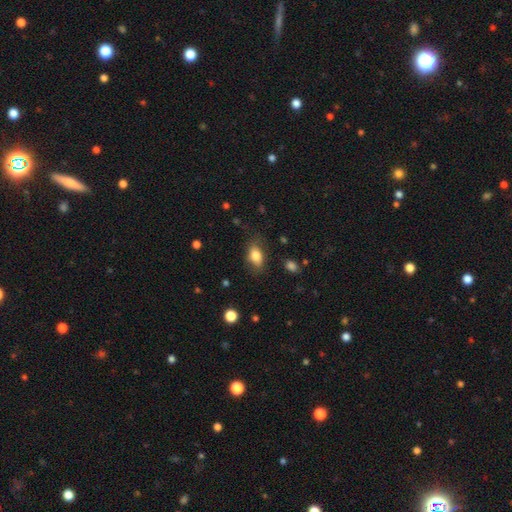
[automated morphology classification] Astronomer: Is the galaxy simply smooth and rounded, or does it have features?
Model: smooth — 79%.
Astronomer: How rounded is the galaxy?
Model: in between — 85%.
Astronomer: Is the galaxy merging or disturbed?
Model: none — 73%.